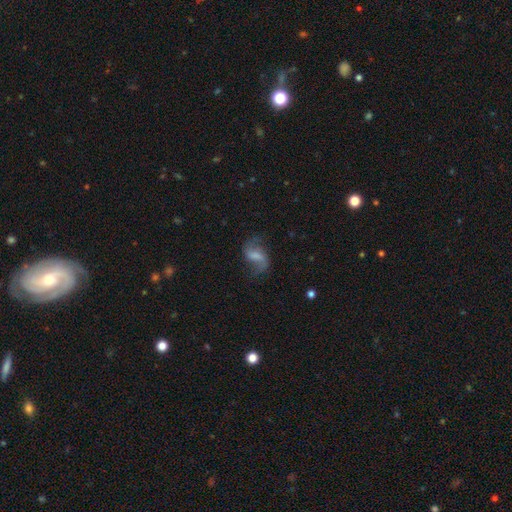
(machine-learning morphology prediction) smooth-or-featured: featured or disk: 68% | smooth: 23% | star or artifact: 8%
  disk-edge-on: no: 97% | yes: 3%
    bar: weak: 48% | strong: 31% | no: 20%
    has-spiral-arms: yes: 90% | no: 10%
      spiral-winding: loose: 75% | medium: 21% | tight: 4%
      spiral-arm-count: 2: 84% | 1: 10% | can't tell: 3% | 3: 1% | 4: 1% | more than 4: 1%
    bulge-size: none: 44% | small: 22% | moderate: 22% | large: 10% | dominant: 2%
  merging: none: 60% | minor disturbance: 21% | major disturbance: 17% | merger: 2%